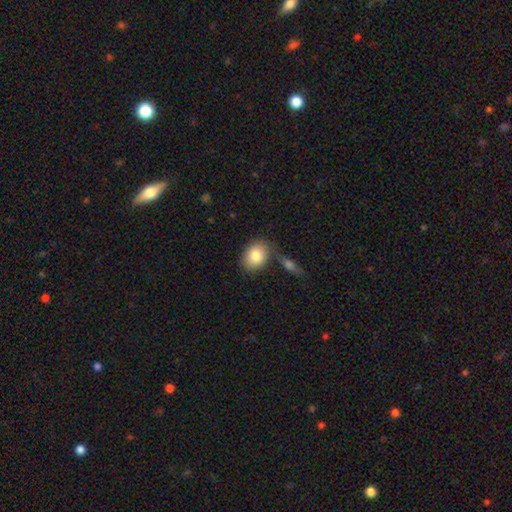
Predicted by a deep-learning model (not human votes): A smooth galaxy with no disk features (81%) that is in between round and cigar-shaped (63%).

Vote fractions:
- Smooth or featured? smooth: 81% / featured or disk: 11% / star or artifact: 7%
- How rounded? in between: 63% / round: 36% / cigar-shaped: 1%
- Merging? none: 69% / merger: 15% / minor disturbance: 13% / major disturbance: 4%